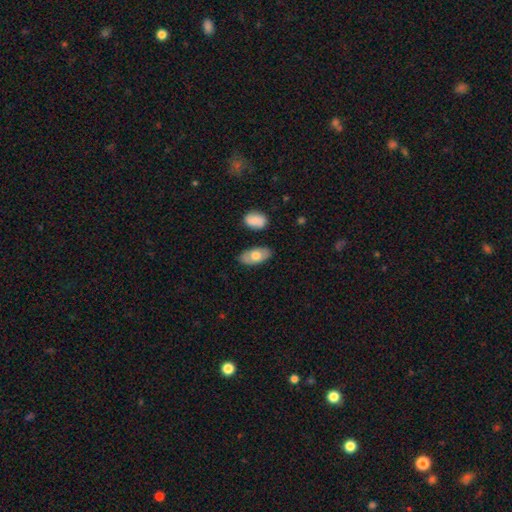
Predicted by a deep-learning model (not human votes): Morphology: type=smooth (69%); roundness=in between (92%); merging=none (82%).